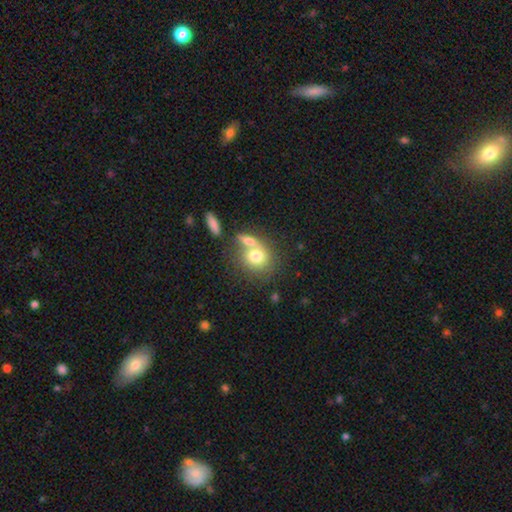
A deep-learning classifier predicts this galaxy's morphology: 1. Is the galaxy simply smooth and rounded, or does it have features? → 73% smooth, 18% featured or disk, 9% star or artifact.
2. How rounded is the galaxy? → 67% round, 31% in between, 2% cigar-shaped.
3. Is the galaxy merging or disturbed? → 47% merger, 37% none, 10% minor disturbance, 6% major disturbance.